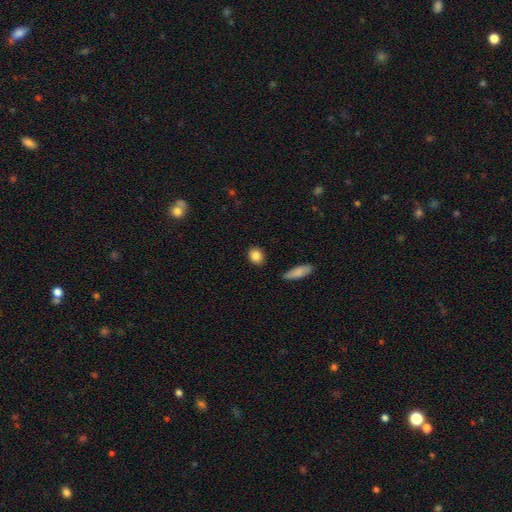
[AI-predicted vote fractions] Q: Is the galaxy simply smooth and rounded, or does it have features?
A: smooth — 86%.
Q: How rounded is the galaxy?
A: round — 50%.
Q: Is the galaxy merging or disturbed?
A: none — 87%.